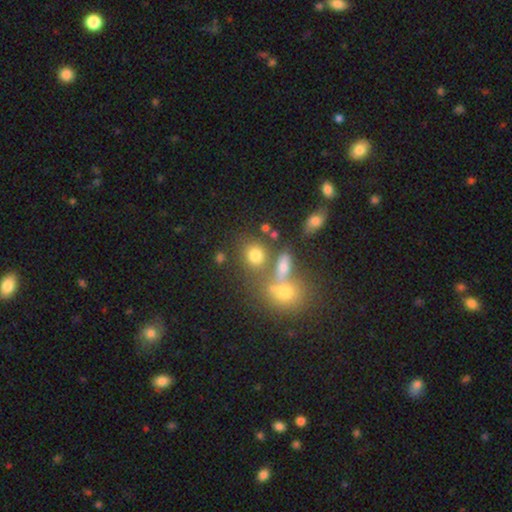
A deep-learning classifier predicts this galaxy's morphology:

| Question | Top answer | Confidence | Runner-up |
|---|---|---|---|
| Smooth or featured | smooth | 72% | star or artifact (16%) |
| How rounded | round | 72% | in between (26%) |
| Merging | none | 58% | merger (25%) |